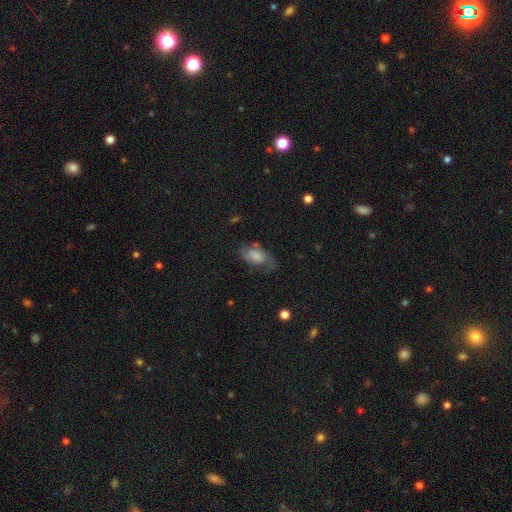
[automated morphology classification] smooth_or_featured: featured or disk (p=0.52) [alt: smooth p=0.38]
disk_edge_on: no (p=0.94) [alt: yes p=0.06]
merging: none (p=0.51) [alt: minor disturbance p=0.26]